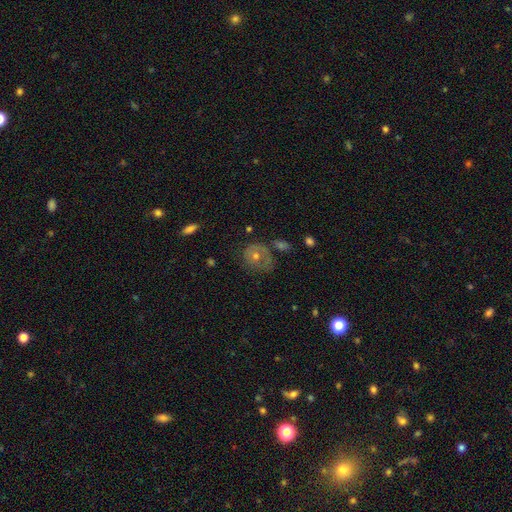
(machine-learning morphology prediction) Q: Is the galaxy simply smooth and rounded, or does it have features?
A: featured or disk — 56%.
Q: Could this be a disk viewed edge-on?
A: no — 96%.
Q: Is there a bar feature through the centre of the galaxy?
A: no — 86%.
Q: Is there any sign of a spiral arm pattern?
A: yes — 56%.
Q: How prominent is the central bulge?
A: moderate — 59%.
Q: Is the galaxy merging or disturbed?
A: none — 60%.